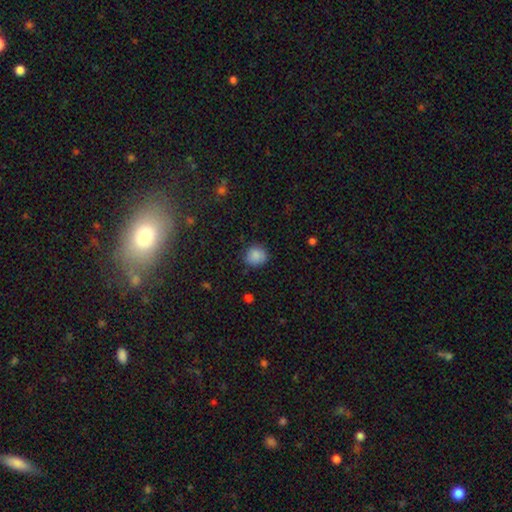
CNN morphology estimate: smooth 87%, star or artifact 9%, featured or disk 4%. Down the decision tree: how rounded — round (85%); merging — none (86%).